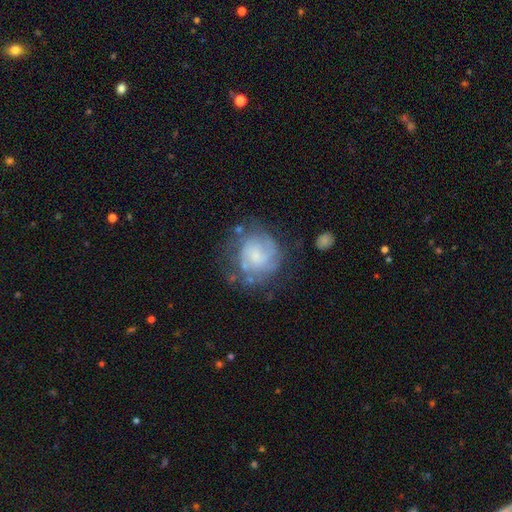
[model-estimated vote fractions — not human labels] Smooth or featured? Predicted: featured or disk (p=0.61). Edge-on disk? Predicted: no (p=0.98). Bar? Predicted: no (p=0.67). Spiral arms? Predicted: yes (p=0.77). Bulge size? Predicted: small (p=0.54). Merging? Predicted: none (p=0.60).